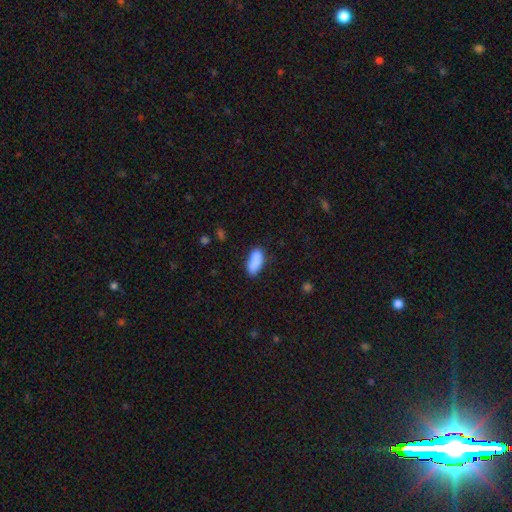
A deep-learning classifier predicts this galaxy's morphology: smooth_or_featured: smooth (p=0.82) [alt: featured or disk p=0.10]
how_rounded: in between (p=0.82) [alt: cigar-shaped p=0.15]
merging: none (p=0.57) [alt: minor disturbance p=0.22]